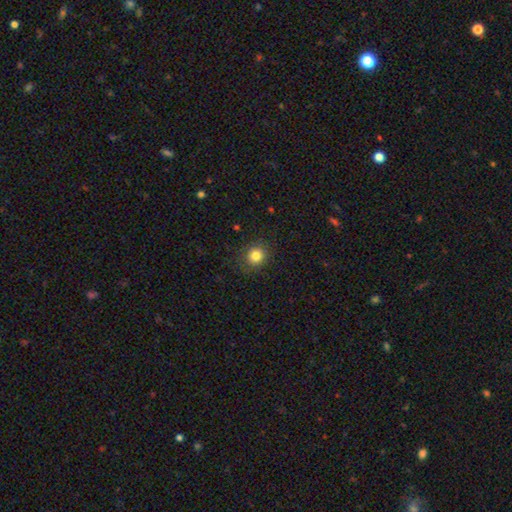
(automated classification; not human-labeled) smooth 83%, star or artifact 12%, featured or disk 6%. Down the decision tree: how rounded — round (86%); merging — none (88%).